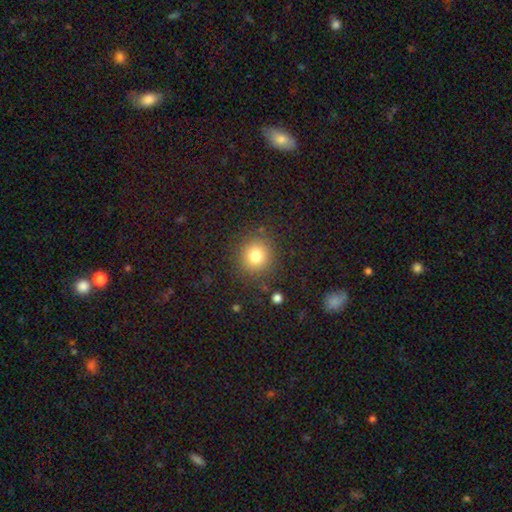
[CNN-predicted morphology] Overall: smooth (80%). How rounded: round (90%). Merging: none (87%).